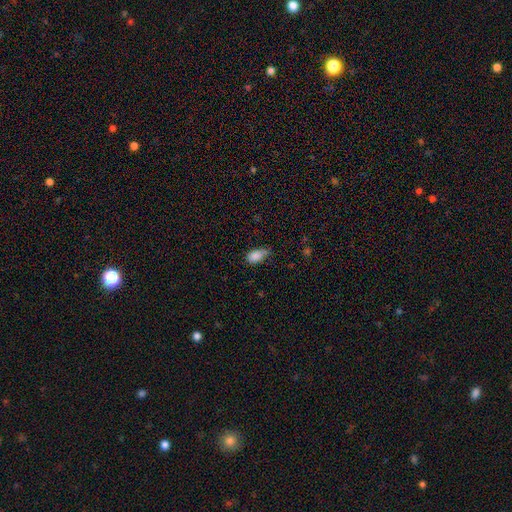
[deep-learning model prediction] Smooth or featured? smooth (85%)
How rounded? in between (87%)
Merging? none (45%)